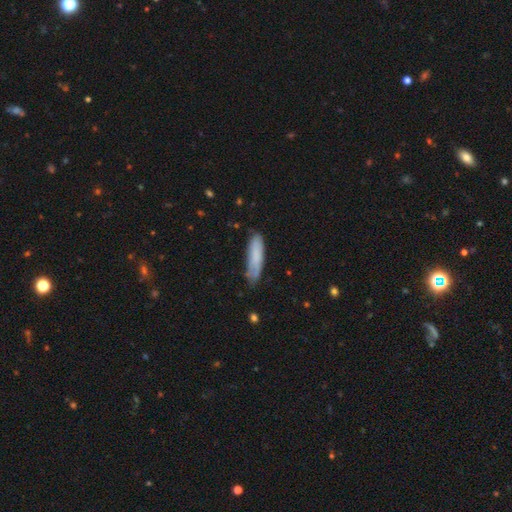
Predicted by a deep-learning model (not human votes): smooth 75%, featured or disk 18%, star or artifact 7%. Down the decision tree: how rounded — cigar-shaped (70%); merging — none (67%).